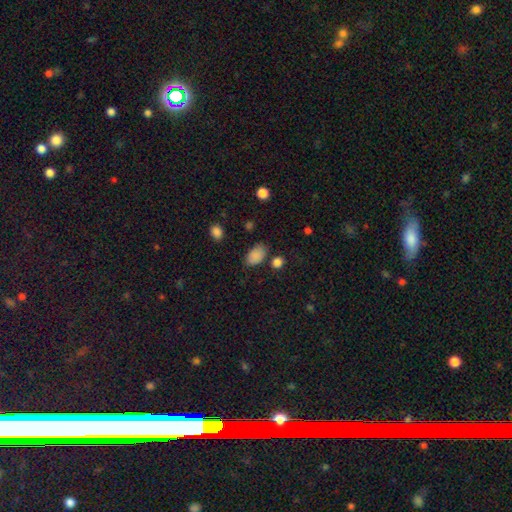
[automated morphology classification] This is clearly a smooth galaxy (86%). How rounded: clearly in between (89%). Merging: likely none (71%).